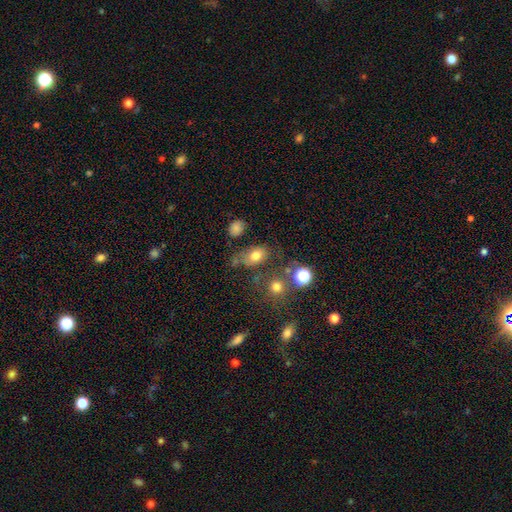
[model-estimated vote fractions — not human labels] Smooth or featured?
  - smooth: 73% *
  - featured or disk: 14%
  - star or artifact: 13%
How rounded?
  - in between: 78% *
  - round: 20%
  - cigar-shaped: 2%
Merging?
  - none: 51% *
  - minor disturbance: 24%
  - major disturbance: 13%
  - merger: 12%